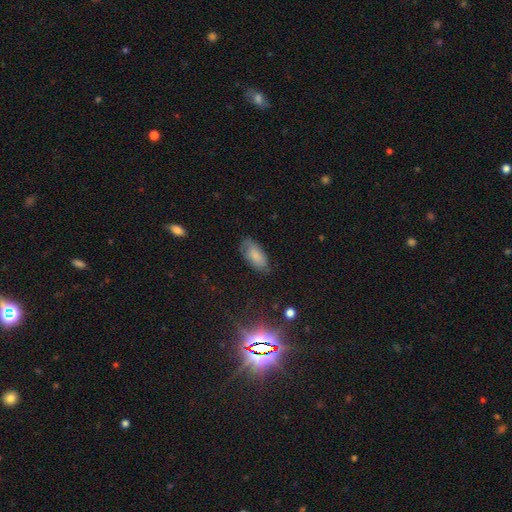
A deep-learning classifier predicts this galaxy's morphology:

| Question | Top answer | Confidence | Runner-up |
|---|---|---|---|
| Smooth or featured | smooth | 78% | featured or disk (14%) |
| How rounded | in between | 90% | cigar-shaped (8%) |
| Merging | none | 72% | minor disturbance (22%) |